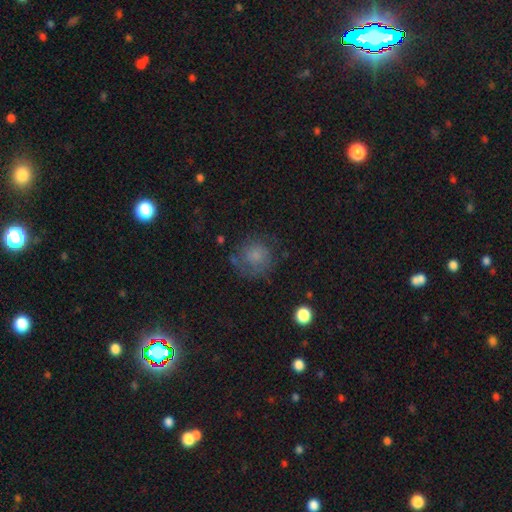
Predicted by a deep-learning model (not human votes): A smooth galaxy with no disk features (60%) that is round (86%). Merging: none (62%).